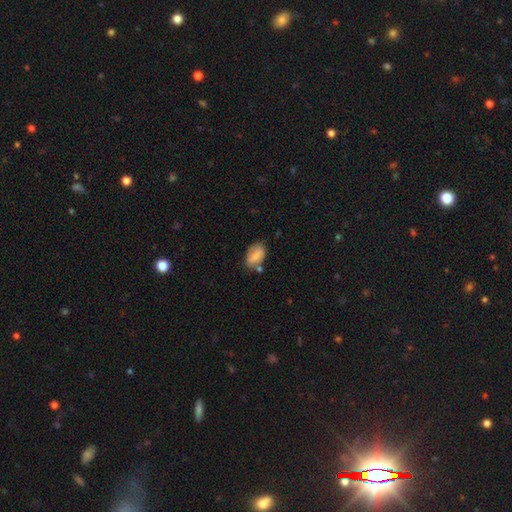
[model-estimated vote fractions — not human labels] smooth-or-featured: smooth: 73% | featured or disk: 19% | star or artifact: 8%
  how-rounded: in between: 88% | round: 9% | cigar-shaped: 2%
  merging: none: 62% | minor disturbance: 23% | merger: 9% | major disturbance: 6%